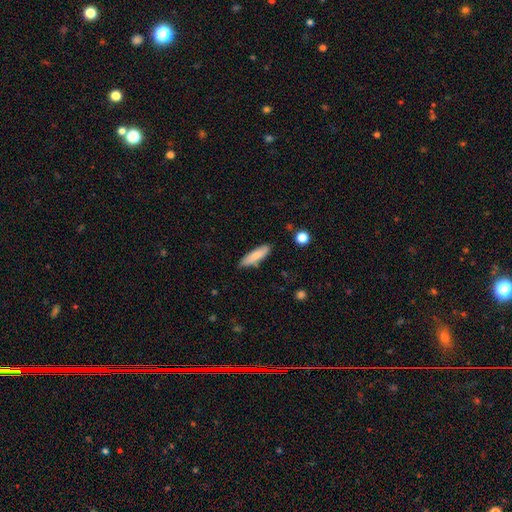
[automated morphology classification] Overall: smooth (78%). How rounded: cigar-shaped (60%; in between 38%). Merging: none (80%).